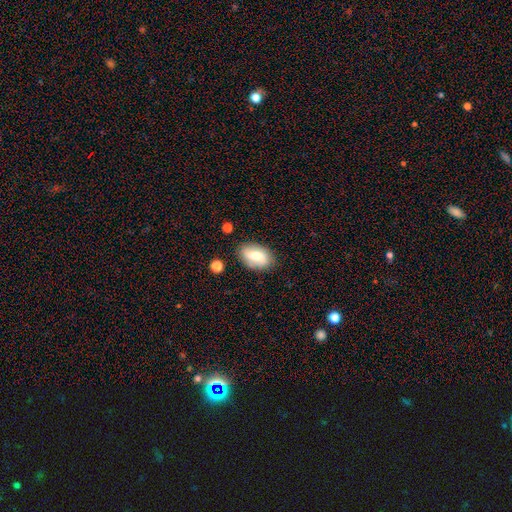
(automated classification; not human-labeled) A smooth galaxy with no disk features (51%) that is in between round and cigar-shaped (88%).

Vote fractions:
- Smooth or featured? smooth: 51% / featured or disk: 41% / star or artifact: 8%
- How rounded? in between: 88% / round: 10% / cigar-shaped: 2%
- Merging? none: 81% / minor disturbance: 14% / major disturbance: 4% / merger: 2%